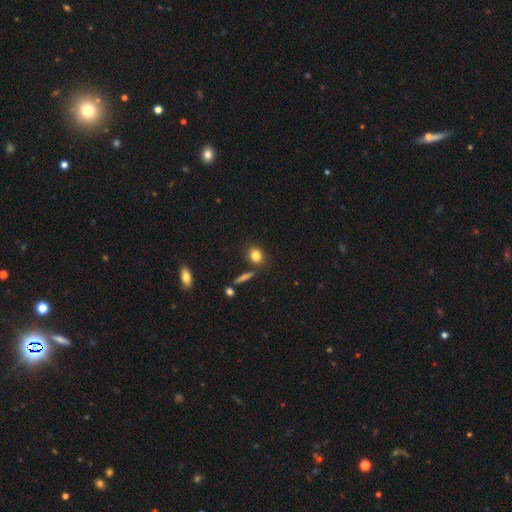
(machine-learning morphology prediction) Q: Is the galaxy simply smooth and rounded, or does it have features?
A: smooth — 83%.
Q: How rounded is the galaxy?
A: round — 51%.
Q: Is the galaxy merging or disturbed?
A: none — 79%.